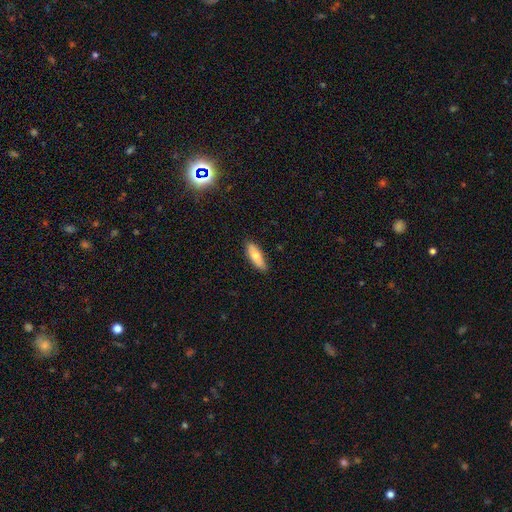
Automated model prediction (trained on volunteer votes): Q: Smooth or featured?
A: smooth (71%); runner-up: featured or disk (23%)
Q: How rounded?
A: in between (63%); runner-up: cigar-shaped (35%)
Q: Merging?
A: none (85%); runner-up: minor disturbance (12%)